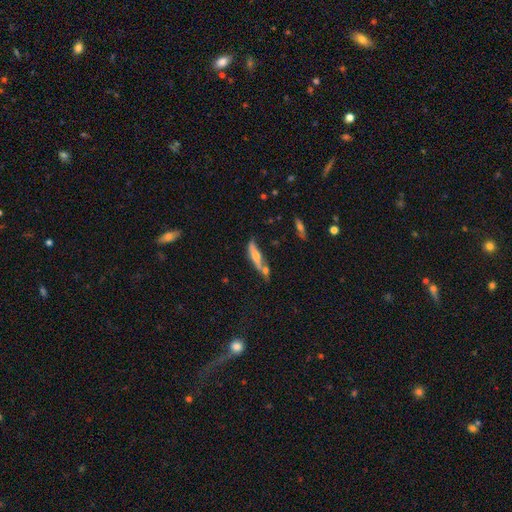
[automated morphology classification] Smooth or featured?
  - featured or disk: 51% *
  - smooth: 42%
  - star or artifact: 7%
Edge-on disk?
  - yes: 83% *
  - no: 17%
Merging?
  - none: 45% *
  - merger: 30%
  - minor disturbance: 18%
  - major disturbance: 7%